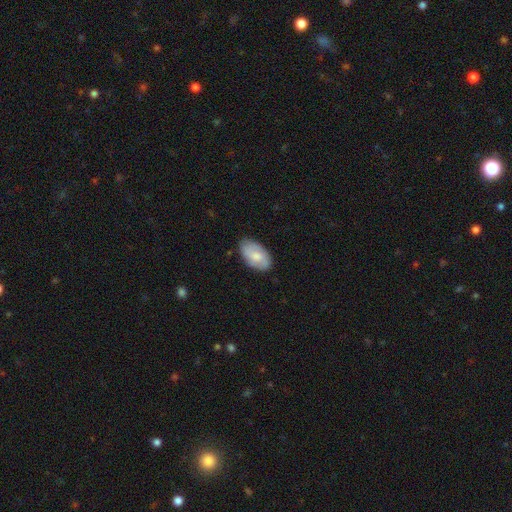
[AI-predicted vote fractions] A smooth galaxy with no disk features (63%) that is in between round and cigar-shaped (94%).

Vote fractions:
- Smooth or featured? smooth: 63% / featured or disk: 30% / star or artifact: 6%
- How rounded? in between: 94% / round: 4% / cigar-shaped: 2%
- Merging? none: 79% / minor disturbance: 17% / major disturbance: 3% / merger: 1%